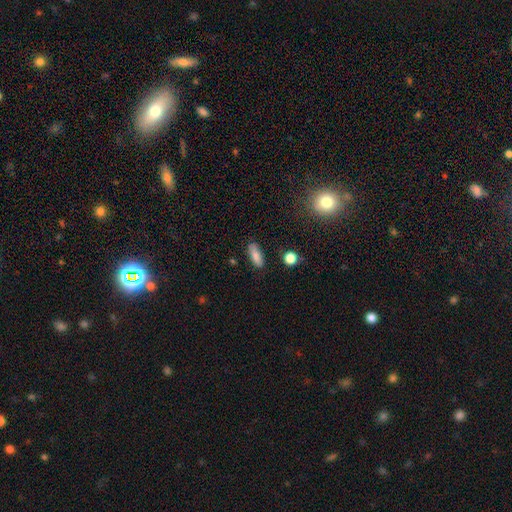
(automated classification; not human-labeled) Q: Smooth or featured?
A: smooth (81%); runner-up: featured or disk (10%)
Q: How rounded?
A: in between (70%); runner-up: cigar-shaped (27%)
Q: Merging?
A: none (84%); runner-up: minor disturbance (12%)